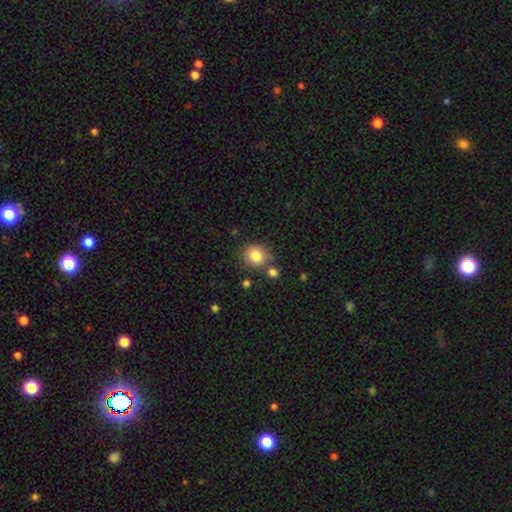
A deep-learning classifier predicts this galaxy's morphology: type=smooth (82%); roundness=round (82%); merging=none (75%).